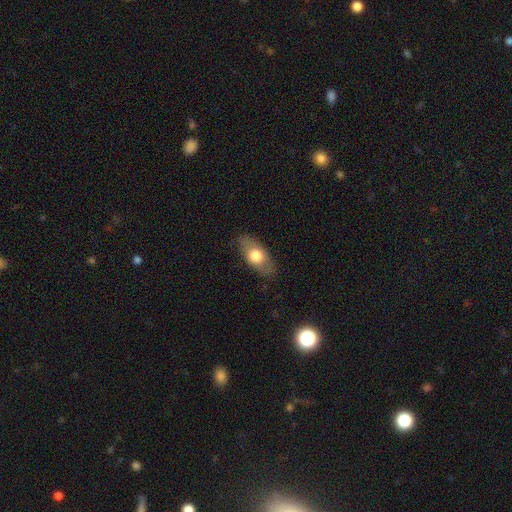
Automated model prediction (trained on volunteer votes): Smooth or featured: smooth — 65% (featured or disk — 29%)
How rounded: in between — 86% (cigar-shaped — 8%)
Merging: none — 83% (minor disturbance — 13%)